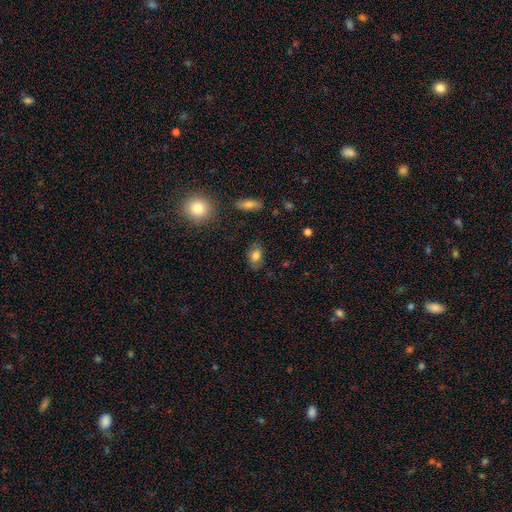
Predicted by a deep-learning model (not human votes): Smooth or featured? Predicted: smooth (p=0.78). How rounded? Predicted: in between (p=0.82). Merging? Predicted: none (p=0.73).